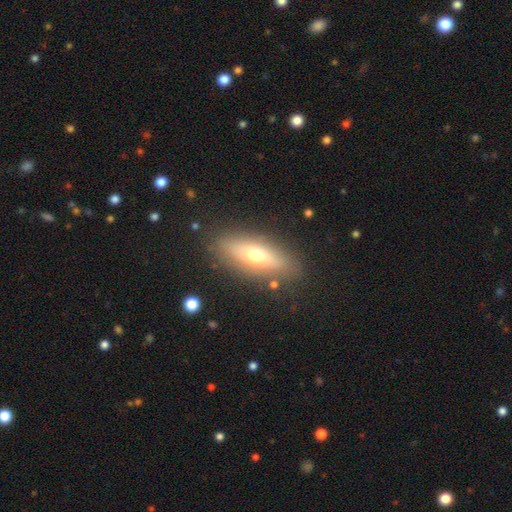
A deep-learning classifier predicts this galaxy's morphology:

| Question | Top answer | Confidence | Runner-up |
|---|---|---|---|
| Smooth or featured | smooth | 54% | featured or disk (38%) |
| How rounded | in between | 56% | cigar-shaped (41%) |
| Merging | none | 83% | minor disturbance (11%) |